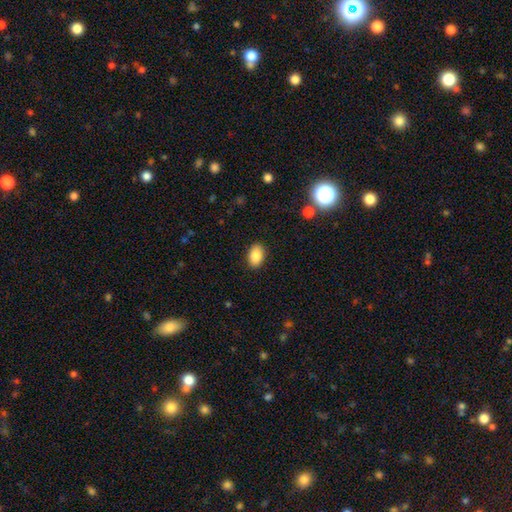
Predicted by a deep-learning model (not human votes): This appears to be a smooth galaxy with no disk features (87%) that is in between round and cigar-shaped (89%). Merging: none (89%).